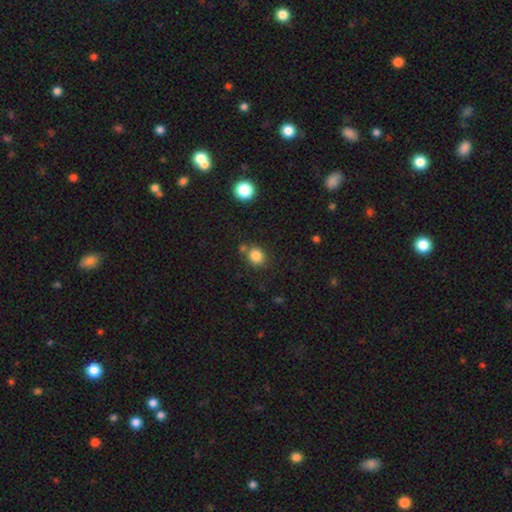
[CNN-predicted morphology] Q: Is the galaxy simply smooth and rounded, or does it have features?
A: smooth — 84%.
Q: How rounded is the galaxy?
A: round — 68%.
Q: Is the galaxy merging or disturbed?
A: none — 72%.